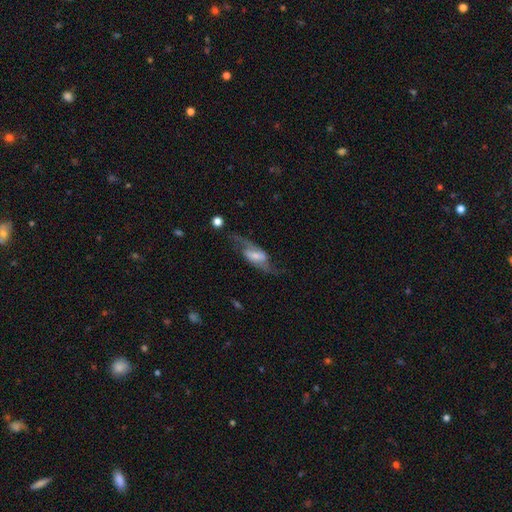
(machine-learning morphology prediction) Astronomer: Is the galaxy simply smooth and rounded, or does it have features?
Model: featured or disk — 80%.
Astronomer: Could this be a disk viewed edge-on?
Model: no — 93%.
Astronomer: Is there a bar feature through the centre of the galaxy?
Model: weak — 42% (runner-up: strong, 41%).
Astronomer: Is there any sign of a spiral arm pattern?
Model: yes — 93%.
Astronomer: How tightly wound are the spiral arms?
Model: loose — 60%.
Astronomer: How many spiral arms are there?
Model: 2 — 92%.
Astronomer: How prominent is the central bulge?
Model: small — 38% (runner-up: moderate, 34%).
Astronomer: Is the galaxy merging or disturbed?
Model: none — 68%.